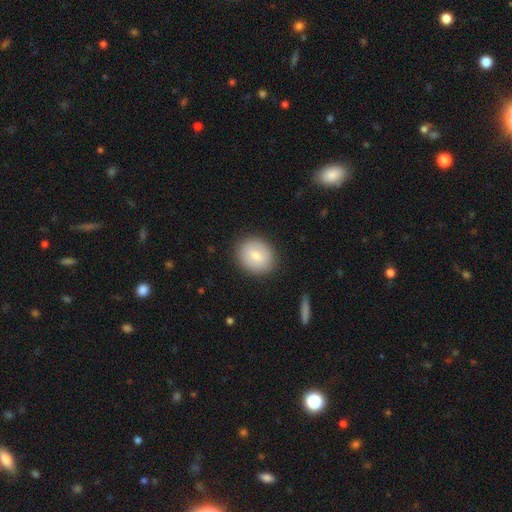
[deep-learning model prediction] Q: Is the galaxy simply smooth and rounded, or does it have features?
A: smooth — 73%.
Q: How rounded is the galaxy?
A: round — 66%.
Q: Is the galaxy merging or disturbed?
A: none — 87%.